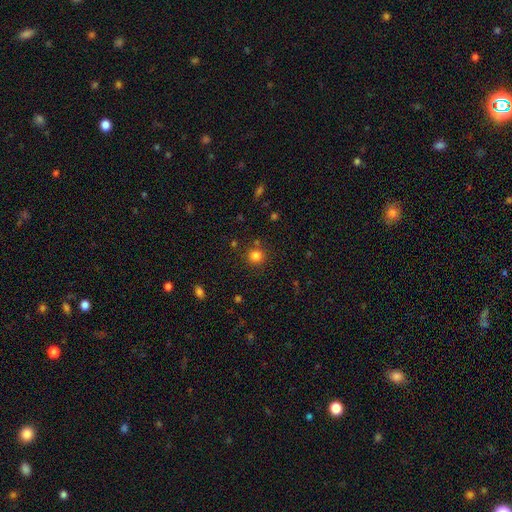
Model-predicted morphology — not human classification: Smooth or featured?
  - smooth: 81% *
  - star or artifact: 14%
  - featured or disk: 5%
How rounded?
  - round: 93% *
  - in between: 6%
  - cigar-shaped: 1%
Merging?
  - none: 84% *
  - minor disturbance: 8%
  - merger: 6%
  - major disturbance: 3%